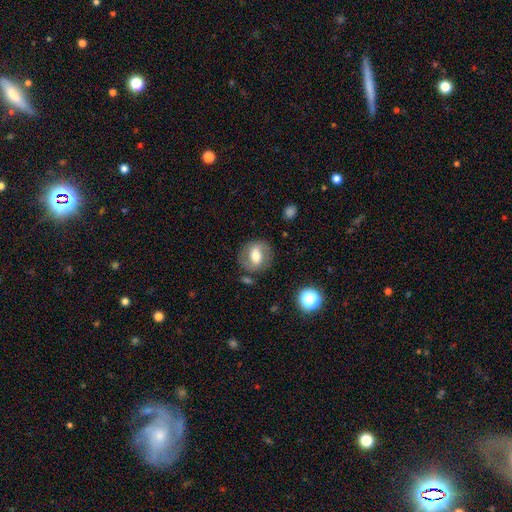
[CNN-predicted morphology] Q: Smooth or featured?
A: featured or disk (48%); runner-up: smooth (44%)
Q: Merging?
A: none (76%); runner-up: minor disturbance (15%)